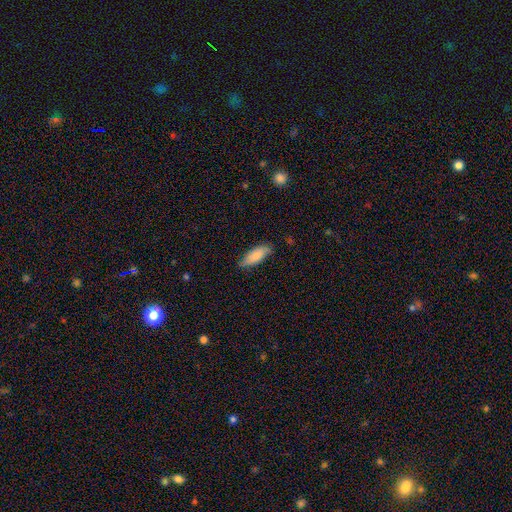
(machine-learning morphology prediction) A smooth galaxy with no disk features (81%) that is in between round and cigar-shaped (69%). Merging: none (76%).